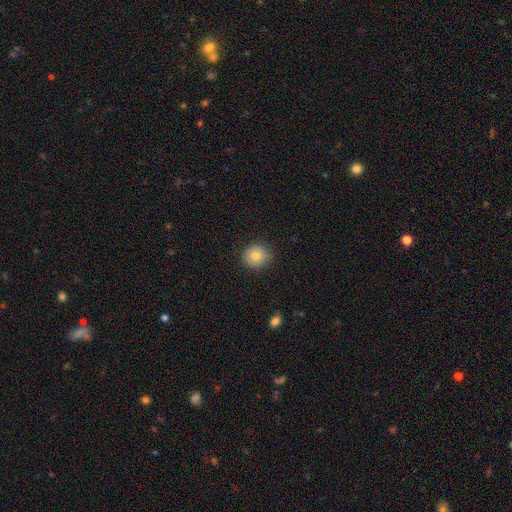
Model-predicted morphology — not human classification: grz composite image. It shows a smooth galaxy with no disk features (79%) that is round (85%). Merging: none (87%).